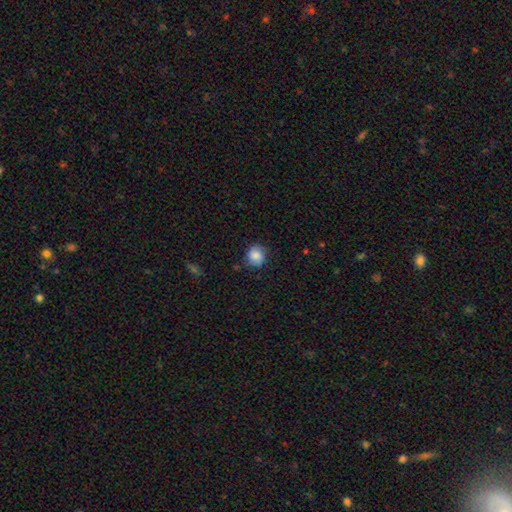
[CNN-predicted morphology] Overall: smooth (80%). How rounded: round (84%). Merging: none (74%).